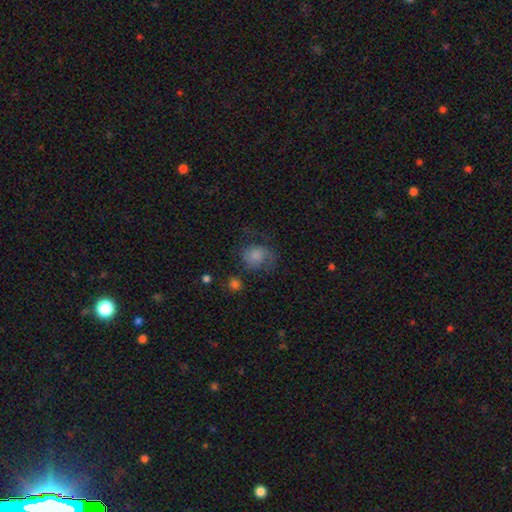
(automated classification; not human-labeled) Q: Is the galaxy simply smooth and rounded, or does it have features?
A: smooth — 64%.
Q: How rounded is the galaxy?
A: round — 65%.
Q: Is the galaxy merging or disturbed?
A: none — 43%.